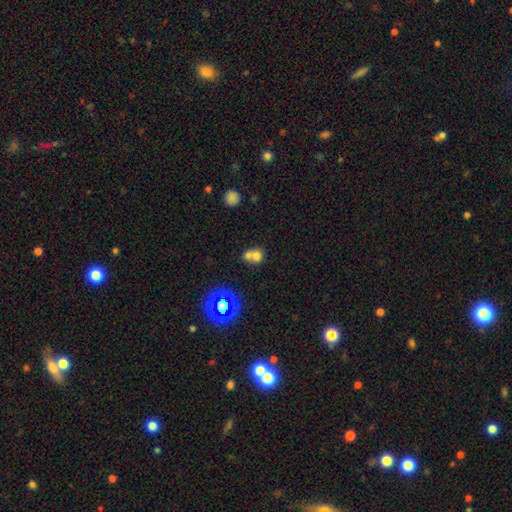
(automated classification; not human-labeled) smooth-or-featured: smooth: 65% | featured or disk: 18% | star or artifact: 16%
  how-rounded: round: 73% | in between: 26% | cigar-shaped: 1%
  merging: merger: 62% | none: 29% | minor disturbance: 6% | major disturbance: 3%